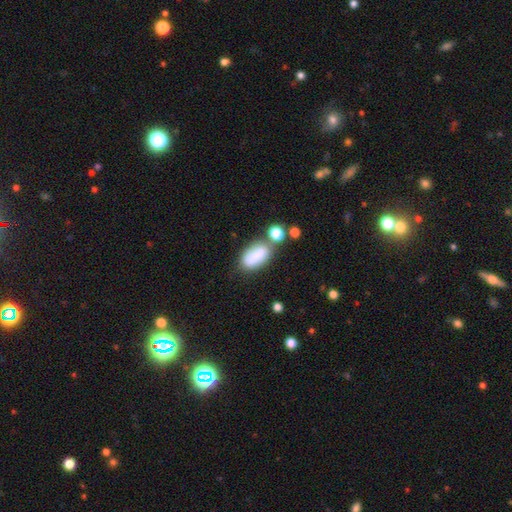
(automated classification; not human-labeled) smooth-or-featured: smooth: 82% | featured or disk: 9% | star or artifact: 8%
  how-rounded: in between: 91% | round: 5% | cigar-shaped: 3%
  merging: none: 51% | merger: 24% | minor disturbance: 18% | major disturbance: 7%